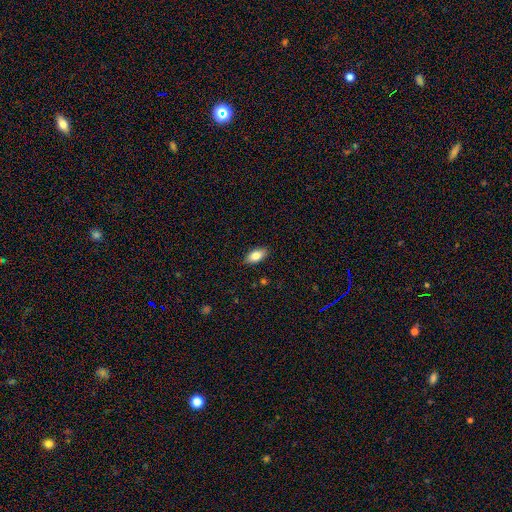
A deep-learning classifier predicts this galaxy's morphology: Overall: smooth (82%). How rounded: in between (91%). Merging: none (88%).